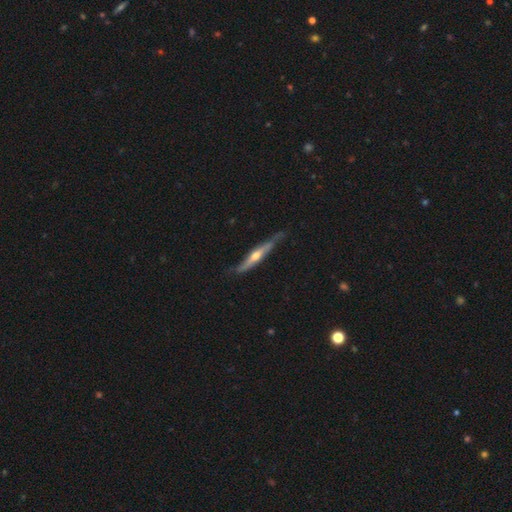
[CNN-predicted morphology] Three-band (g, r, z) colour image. It shows a featured or disk galaxy (67%) viewed edge-on (89%) with a rounded central bulge (81%). Merging: none (61%).